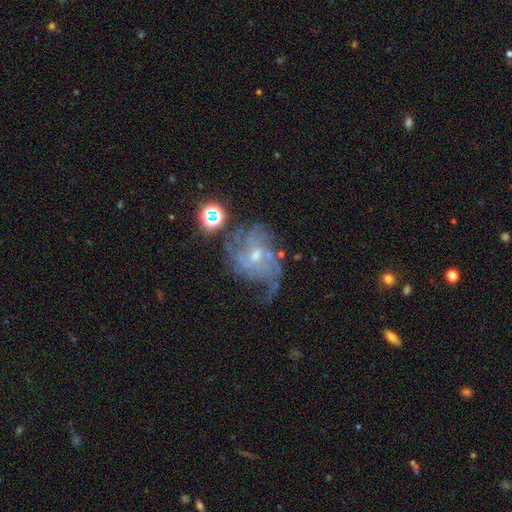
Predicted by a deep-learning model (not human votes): featured or disk 76%, star or artifact 13%, smooth 10%. Down the decision tree: edge-on disk — no (97%); bar — no (56%); spiral arms — yes (88%); spiral arm count — can't tell (41%); spiral winding — medium (38%); bulge size — small (56%); merging — none (43%).